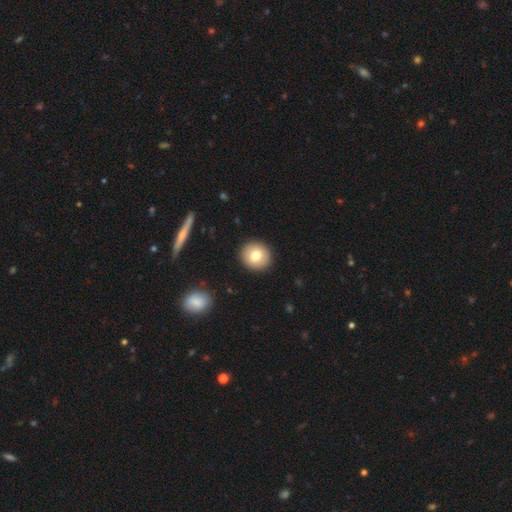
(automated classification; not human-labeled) The model was most divided on "smooth or featured": smooth: 76%, featured or disk: 15%, star or artifact: 9%. More confident: merging — none (92%); how rounded — round (91%).